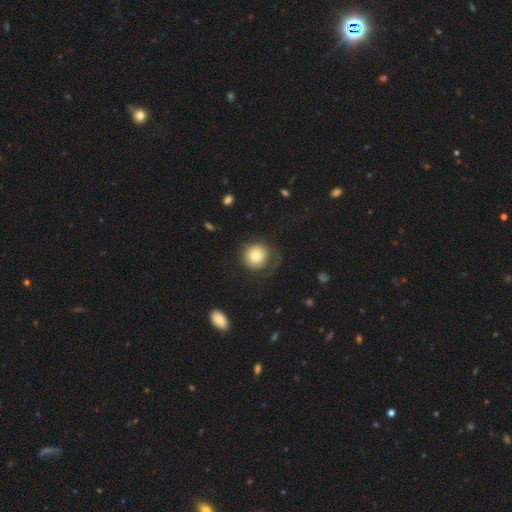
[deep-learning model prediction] smooth-or-featured: smooth: 74% | featured or disk: 18% | star or artifact: 9%
  how-rounded: round: 92% | in between: 7% | cigar-shaped: 1%
  merging: none: 59% | major disturbance: 22% | minor disturbance: 17% | merger: 2%